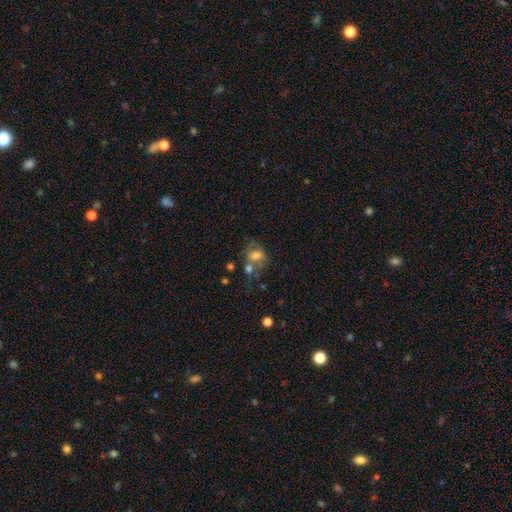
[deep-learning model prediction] smooth_or_featured: smooth (p=0.55) [alt: featured or disk p=0.32]
how_rounded: in between (p=0.62) [alt: round p=0.36]
merging: merger (p=0.33) [alt: none p=0.32]